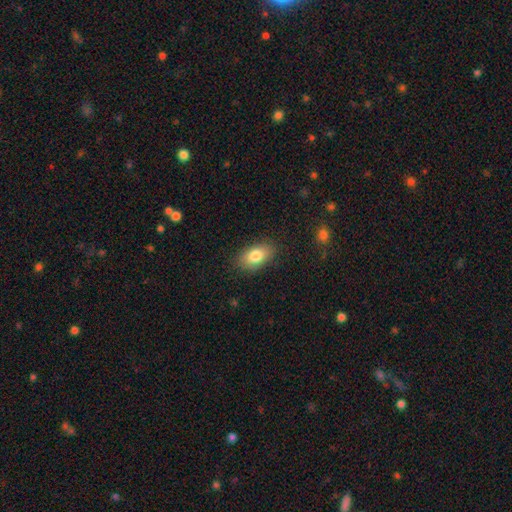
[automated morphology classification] Smooth or featured?
  - smooth: 81% *
  - featured or disk: 11%
  - star or artifact: 7%
How rounded?
  - in between: 91% *
  - round: 7%
  - cigar-shaped: 3%
Merging?
  - none: 84% *
  - minor disturbance: 12%
  - major disturbance: 3%
  - merger: 1%